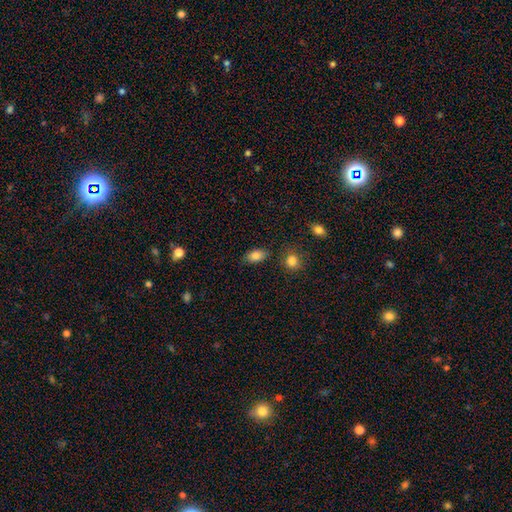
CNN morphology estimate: This is clearly a smooth galaxy (83%). How rounded: clearly in between (88%). Merging: likely none (80%).